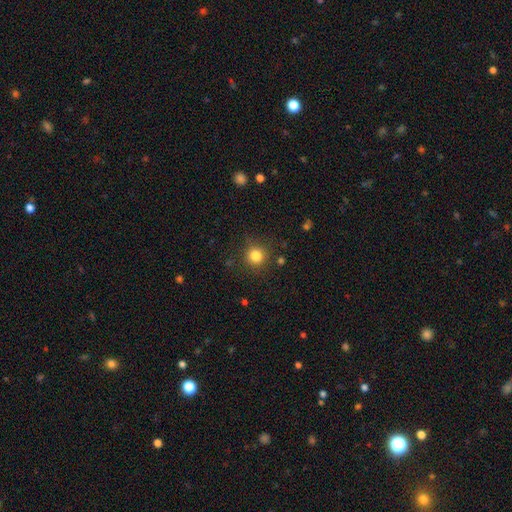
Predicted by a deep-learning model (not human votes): This appears to be a smooth galaxy with no disk features (82%) that is round (93%). Merging: none (87%).